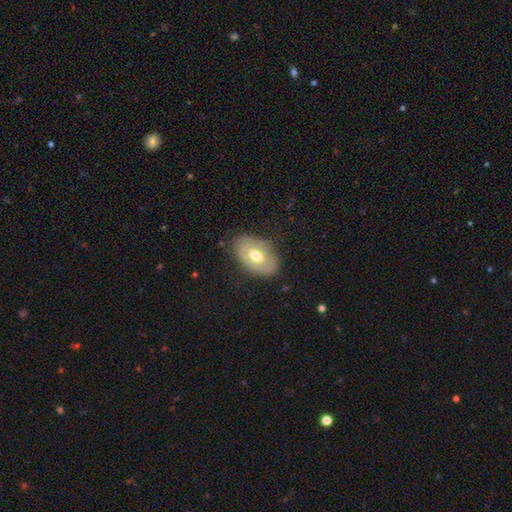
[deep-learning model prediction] This is possibly a smooth galaxy (48%). Merging: likely none (77%).